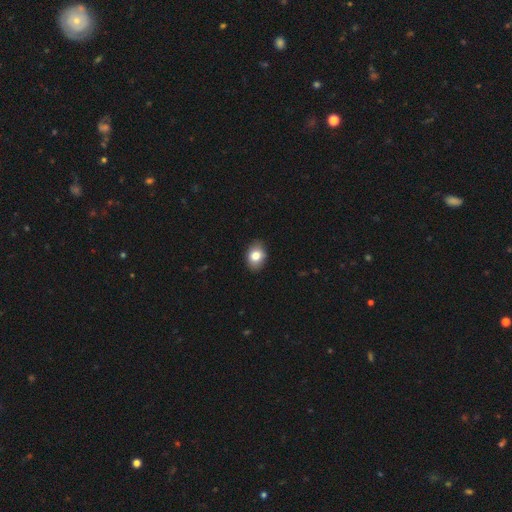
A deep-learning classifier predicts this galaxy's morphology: This is likely a smooth galaxy (80%). How rounded: likely in between (72%). Merging: clearly none (87%).